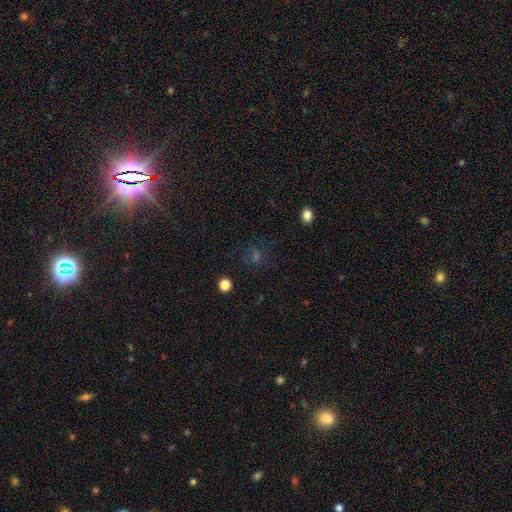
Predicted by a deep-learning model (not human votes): Smooth or featured?
  - star or artifact: 50% *
  - smooth: 31%
  - featured or disk: 19%